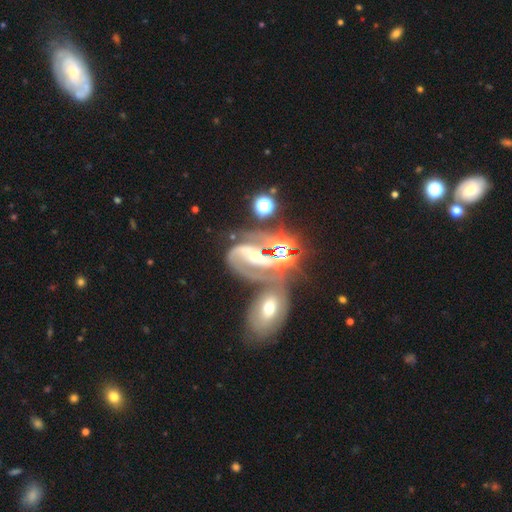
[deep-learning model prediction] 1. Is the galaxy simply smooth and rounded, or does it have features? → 78% featured or disk, 13% star or artifact, 9% smooth.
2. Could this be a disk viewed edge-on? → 96% no, 4% yes.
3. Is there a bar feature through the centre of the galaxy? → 51% strong, 27% weak, 23% no.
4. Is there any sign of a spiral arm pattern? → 93% yes, 7% no.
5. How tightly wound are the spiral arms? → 52% medium, 26% loose, 22% tight.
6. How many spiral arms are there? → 86% 2, 5% 1, 4% can't tell, 2% 3, 1% 4, 1% more than 4.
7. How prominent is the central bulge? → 49% moderate, 41% small, 5% large, 3% none, 2% dominant.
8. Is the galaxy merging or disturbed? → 39% merger, 34% none, 14% minor disturbance, 14% major disturbance.